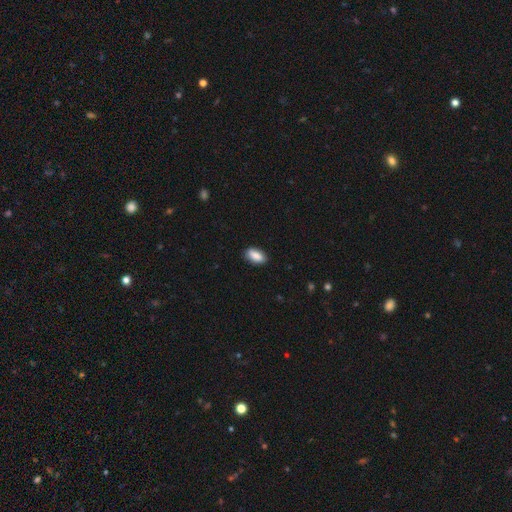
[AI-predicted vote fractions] Smooth or featured? smooth (87%)
How rounded? in between (90%)
Merging? none (85%)